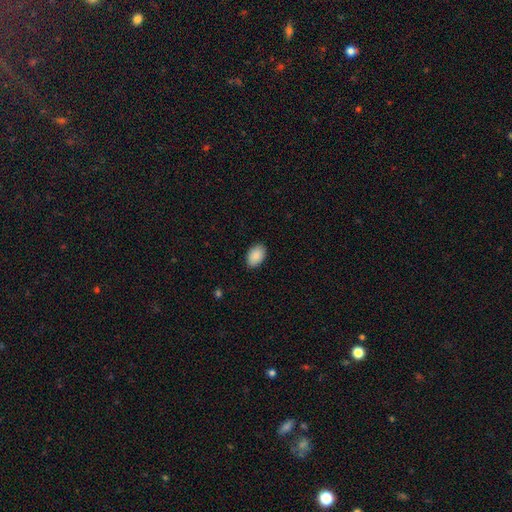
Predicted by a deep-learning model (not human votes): A smooth galaxy with no disk features (90%) that is in between round and cigar-shaped (91%). Merging: none (88%).